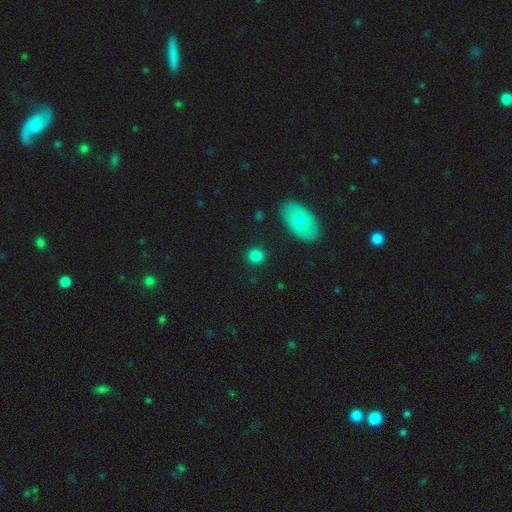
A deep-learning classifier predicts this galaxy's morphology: smooth_or_featured: smooth (p=0.84) [alt: star or artifact p=0.10]
how_rounded: round (p=0.86) [alt: in between p=0.13]
merging: none (p=0.89) [alt: minor disturbance p=0.07]